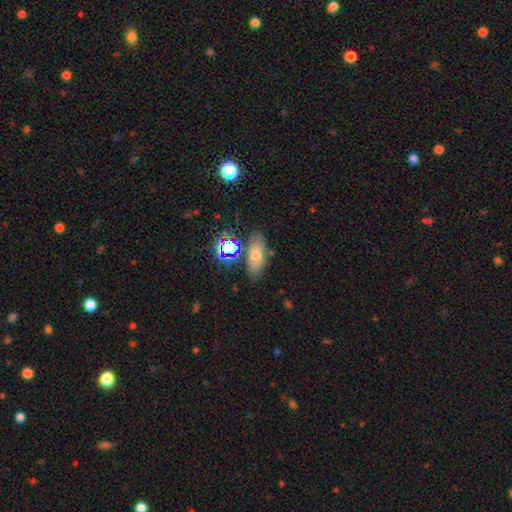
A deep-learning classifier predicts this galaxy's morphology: Smooth or featured? Predicted: smooth (p=0.66). How rounded? Predicted: in between (p=0.76). Merging? Predicted: none (p=0.79).